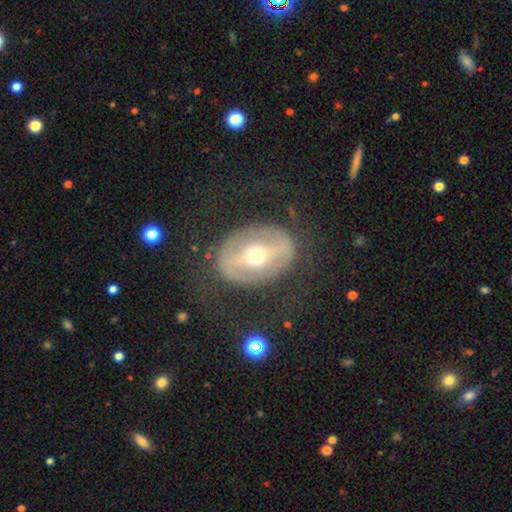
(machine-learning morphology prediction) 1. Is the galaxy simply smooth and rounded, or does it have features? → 67% featured or disk, 26% smooth, 8% star or artifact.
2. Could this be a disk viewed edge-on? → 92% no, 8% yes.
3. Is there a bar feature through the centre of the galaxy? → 52% strong, 26% weak, 21% no.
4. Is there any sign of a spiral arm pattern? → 66% no, 34% yes.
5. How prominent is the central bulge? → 70% moderate, 21% small, 7% large, 1% dominant, 1% none.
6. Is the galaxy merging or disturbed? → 76% none, 12% minor disturbance, 11% major disturbance, 2% merger.